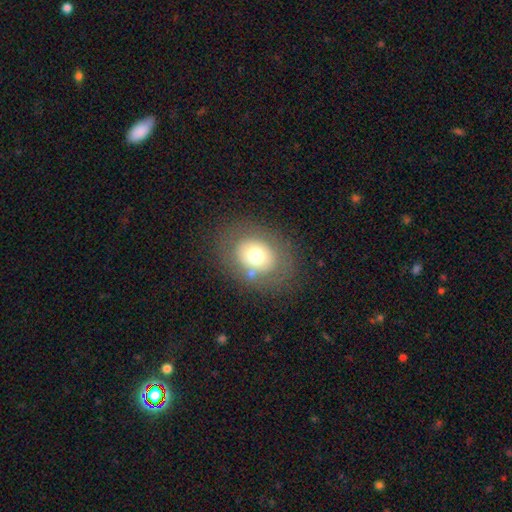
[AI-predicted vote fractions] Smooth or featured?
  - smooth: 65% *
  - featured or disk: 25%
  - star or artifact: 11%
How rounded?
  - in between: 51% *
  - round: 48%
  - cigar-shaped: 1%
Merging?
  - none: 80% *
  - minor disturbance: 11%
  - major disturbance: 6%
  - merger: 3%